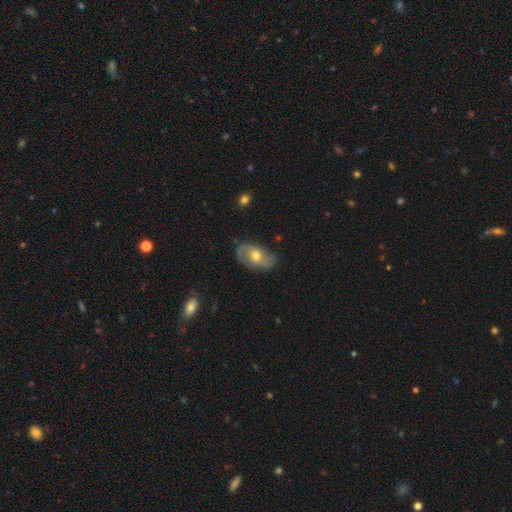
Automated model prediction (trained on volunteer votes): The model was most divided on "smooth or featured": featured or disk: 64%, smooth: 29%, star or artifact: 7%. More confident: edge-on disk — no (93%); spiral arms — yes (78%); bulge size — moderate (72%); merging — none (71%); bar — no (64%).